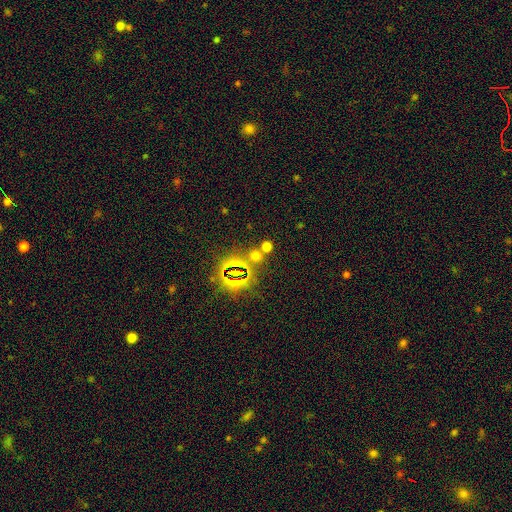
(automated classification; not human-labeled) The model was most divided on "smooth or featured": smooth: 48%, star or artifact: 44%, featured or disk: 7%. More confident: merging — none (69%).